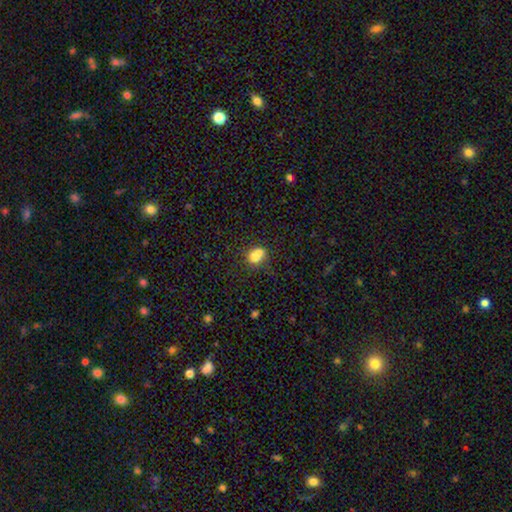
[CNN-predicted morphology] This is likely a smooth galaxy (72%). How rounded: likely round (63%). Merging: possibly merger (55%).